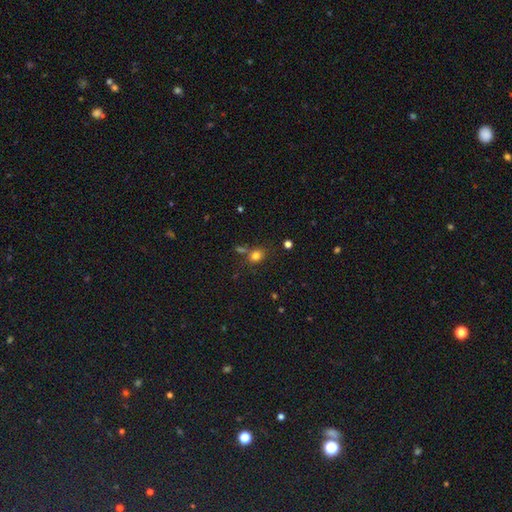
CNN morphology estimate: smooth 78%, star or artifact 15%, featured or disk 7%. Down the decision tree: how rounded — round (60%); merging — none (68%).